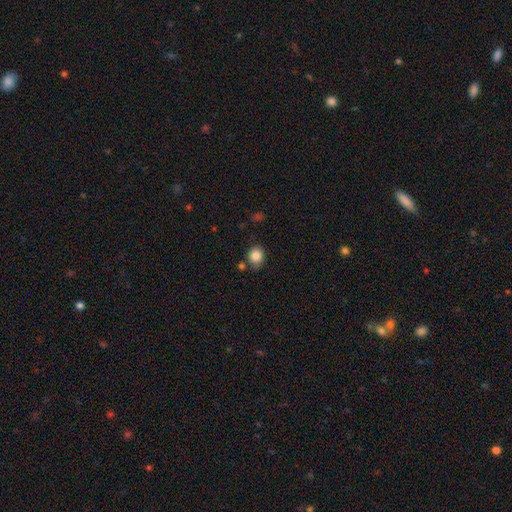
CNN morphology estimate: smooth 85%, star or artifact 10%, featured or disk 5%. Down the decision tree: how rounded — round (64%); merging — none (71%).